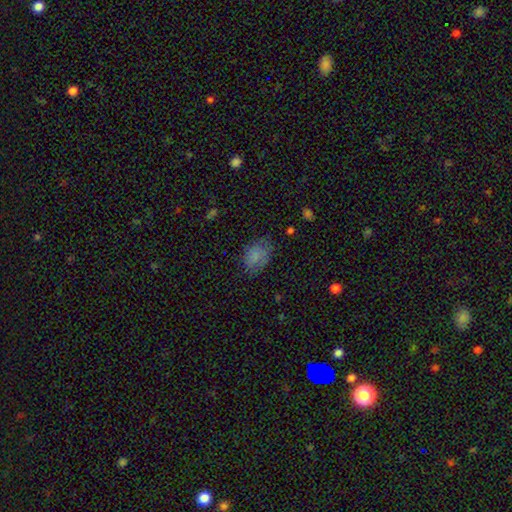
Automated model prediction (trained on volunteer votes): Smooth or featured?
  - smooth: 76% *
  - featured or disk: 12%
  - star or artifact: 12%
How rounded?
  - in between: 76% *
  - round: 23%
  - cigar-shaped: 1%
Merging?
  - none: 61% *
  - minor disturbance: 27%
  - major disturbance: 10%
  - merger: 2%